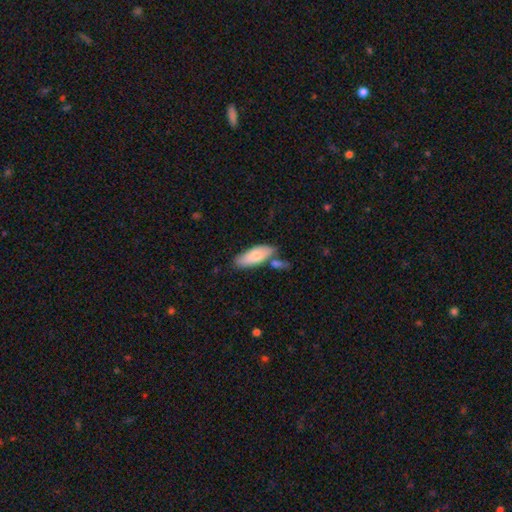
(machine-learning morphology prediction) This appears to be a smooth galaxy with no disk features (75%) that is in between round and cigar-shaped (78%). Merging: none (65%).